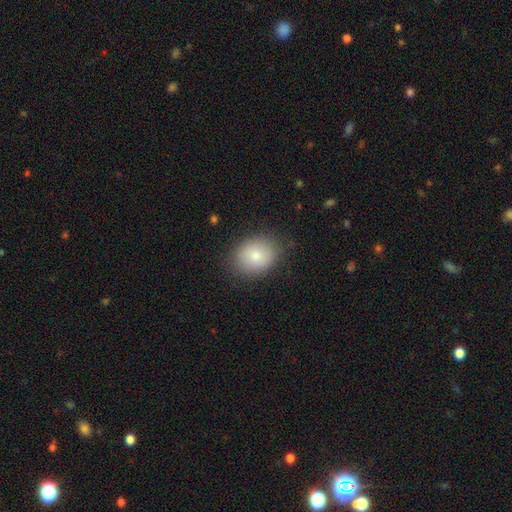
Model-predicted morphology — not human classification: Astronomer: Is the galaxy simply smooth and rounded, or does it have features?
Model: smooth — 82%.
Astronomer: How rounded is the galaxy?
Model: in between — 51% (runner-up: round, 48%).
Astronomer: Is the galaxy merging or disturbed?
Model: none — 84%.